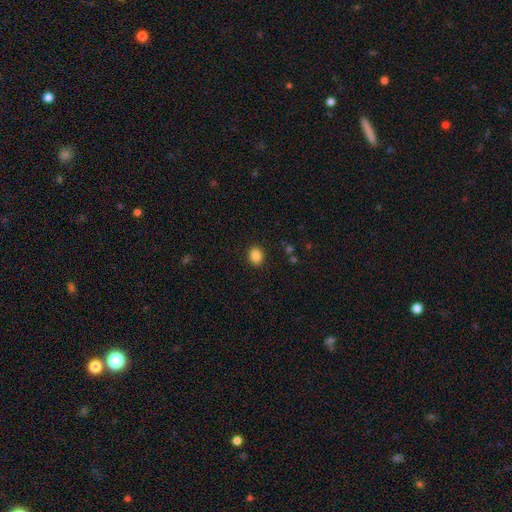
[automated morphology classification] Smooth or featured? Predicted: smooth (p=0.87). How rounded? Predicted: round (p=0.52). Merging? Predicted: none (p=0.90).